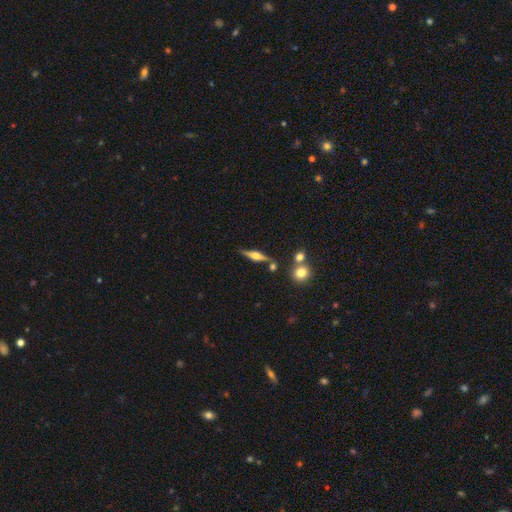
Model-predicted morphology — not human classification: A featured or disk galaxy (73%) viewed edge-on (96%) with a rounded central bulge (90%).

Vote fractions:
- Smooth or featured? featured or disk: 73% / smooth: 20% / star or artifact: 7%
- Edge-on disk? yes: 96% / no: 4%
- Edge-on bulge? rounded: 90% / boxy: 9% / none: 2%
- Merging? none: 79% / minor disturbance: 11% / merger: 7% / major disturbance: 3%